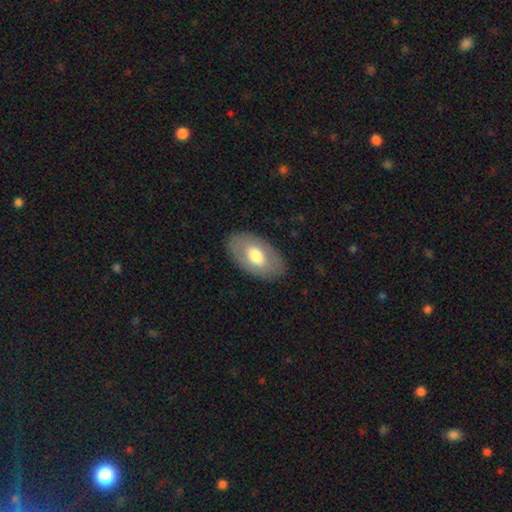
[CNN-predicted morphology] Smooth or featured?
  - smooth: 62% *
  - featured or disk: 32%
  - star or artifact: 6%
How rounded?
  - in between: 93% *
  - round: 5%
  - cigar-shaped: 1%
Merging?
  - none: 85% *
  - minor disturbance: 11%
  - major disturbance: 4%
  - merger: 1%